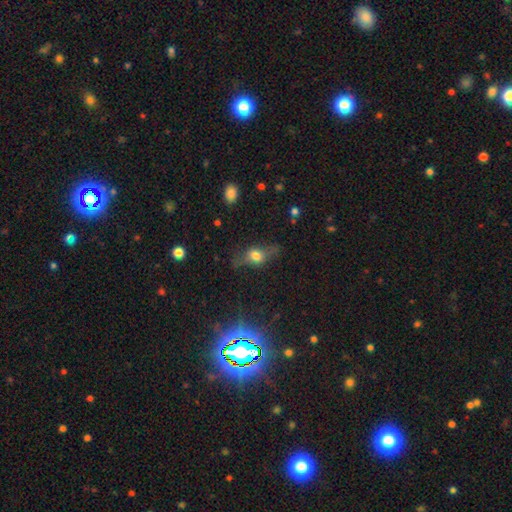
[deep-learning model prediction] This appears to be a smooth galaxy with no disk features (46%). Merging: none (66%).